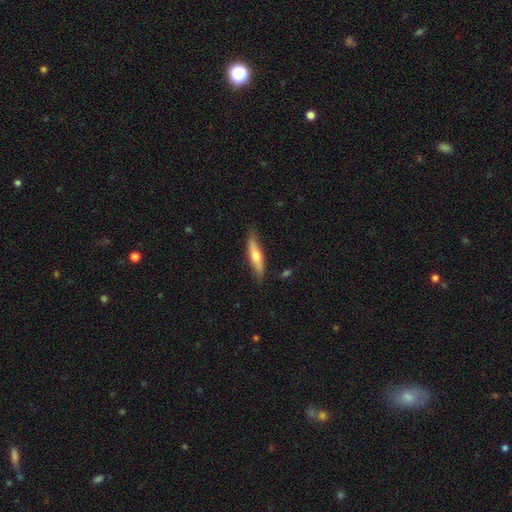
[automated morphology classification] This is possibly a smooth galaxy (51%). How rounded: clearly cigar-shaped (80%). Merging: clearly none (83%).